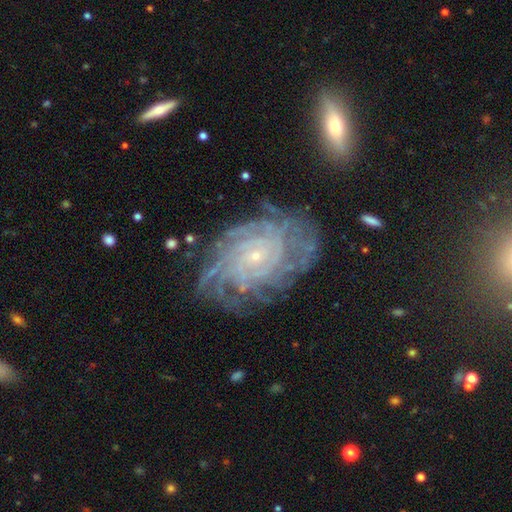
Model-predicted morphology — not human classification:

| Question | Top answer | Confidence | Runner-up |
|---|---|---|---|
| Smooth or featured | featured or disk | 87% | star or artifact (7%) |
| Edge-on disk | no | 97% | yes (3%) |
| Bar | no | 71% | weak (22%) |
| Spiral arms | yes | 97% | no (3%) |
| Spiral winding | tight | 79% | medium (17%) |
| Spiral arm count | more than 4 | 28% | can't tell (25%) |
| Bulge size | small | 86% | moderate (10%) |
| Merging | none | 70% | minor disturbance (18%) |